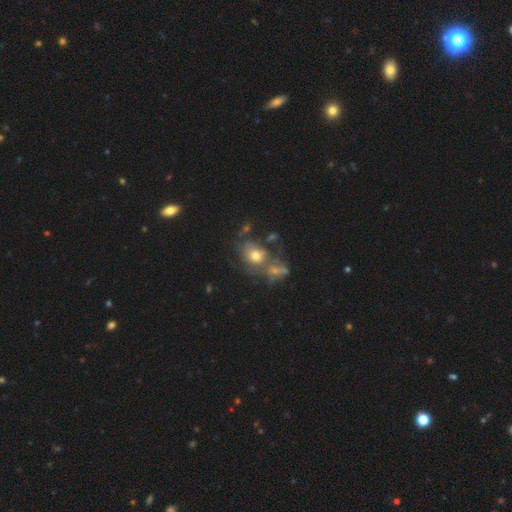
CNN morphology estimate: Overall: smooth (44%; featured or disk 41%). Merging: merger (36%; none 35%).